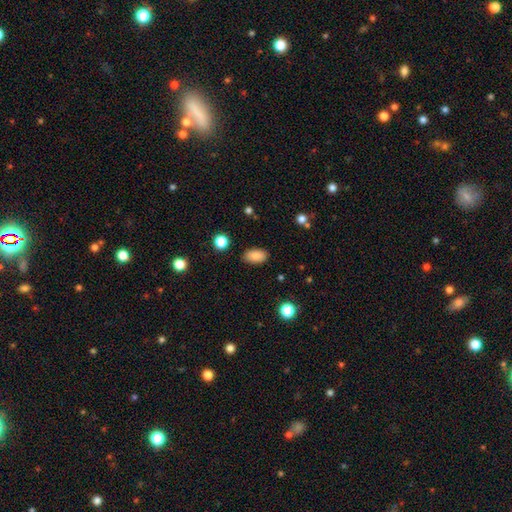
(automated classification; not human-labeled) Smooth or featured? smooth (86%)
How rounded? in between (93%)
Merging? none (87%)